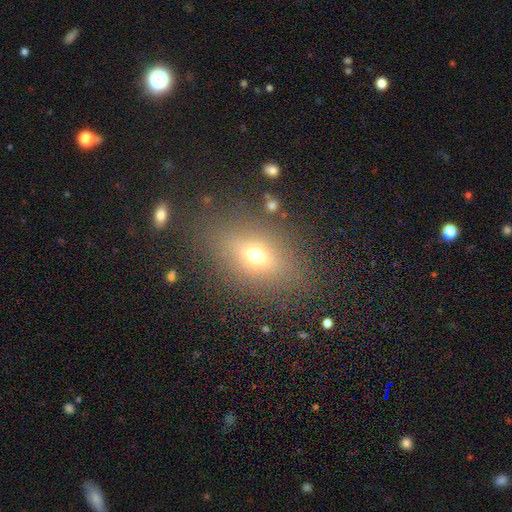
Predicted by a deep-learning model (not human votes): Smooth or featured: smooth — 60% (featured or disk — 21%)
How rounded: in between — 69% (round — 25%)
Merging: none — 81% (minor disturbance — 11%)